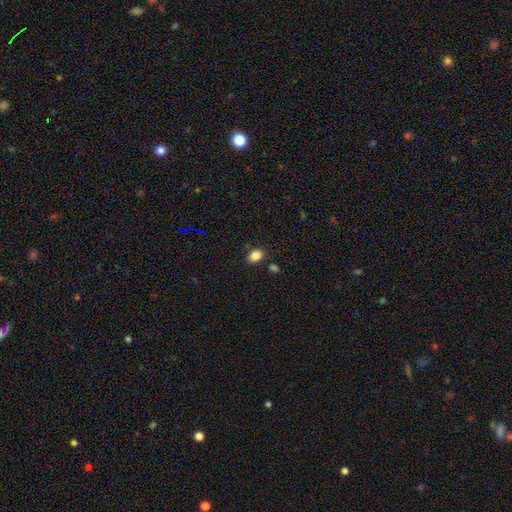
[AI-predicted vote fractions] A smooth galaxy with no disk features (84%) that is in between round and cigar-shaped (67%).

Vote fractions:
- Smooth or featured? smooth: 84% / star or artifact: 11% / featured or disk: 5%
- How rounded? in between: 67% / round: 32% / cigar-shaped: 1%
- Merging? none: 83% / minor disturbance: 10% / merger: 4% / major disturbance: 3%